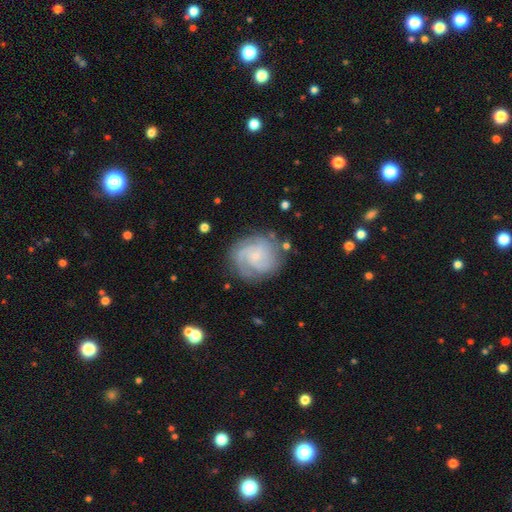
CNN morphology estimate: This appears to be a featured or disk galaxy (81%) with no bar (68%), 3 (29%) tight (60%) spiral arms (95%) and a small central bulge (77%). Merging: none (74%).